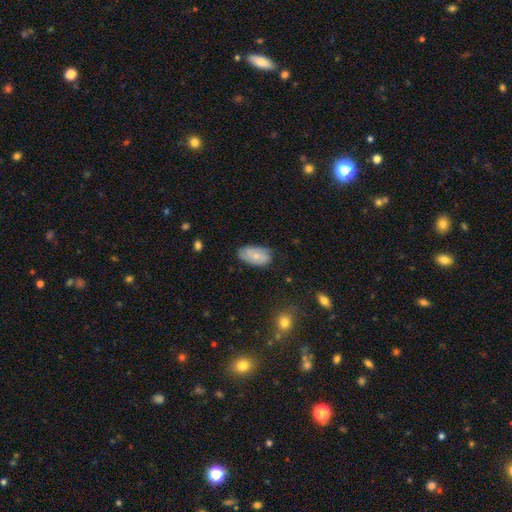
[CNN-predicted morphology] Q: Smooth or featured?
A: smooth (58%); runner-up: featured or disk (35%)
Q: How rounded?
A: in between (92%); runner-up: round (5%)
Q: Merging?
A: none (65%); runner-up: minor disturbance (27%)